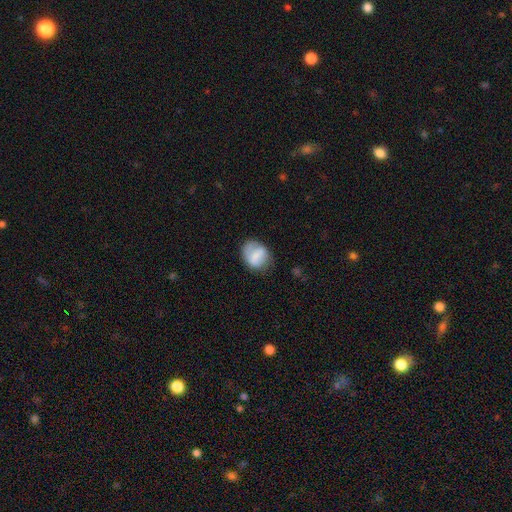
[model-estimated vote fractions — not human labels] smooth_or_featured: smooth (p=0.71) [alt: featured or disk p=0.21]
how_rounded: in between (p=0.52) [alt: round p=0.46]
merging: none (p=0.64) [alt: minor disturbance p=0.24]